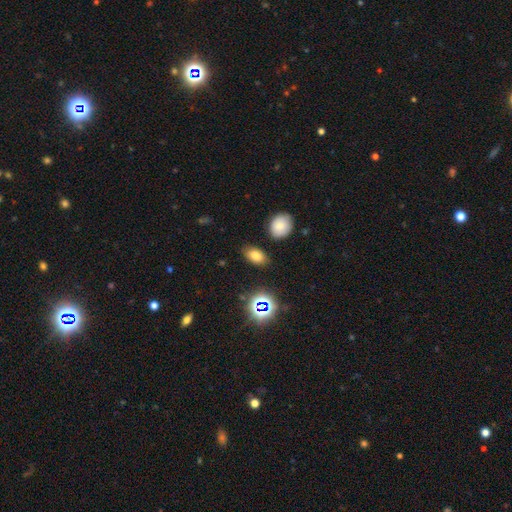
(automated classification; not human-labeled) Smooth or featured: smooth — 75% (star or artifact — 17%)
How rounded: in between — 89% (round — 9%)
Merging: none — 84% (minor disturbance — 10%)